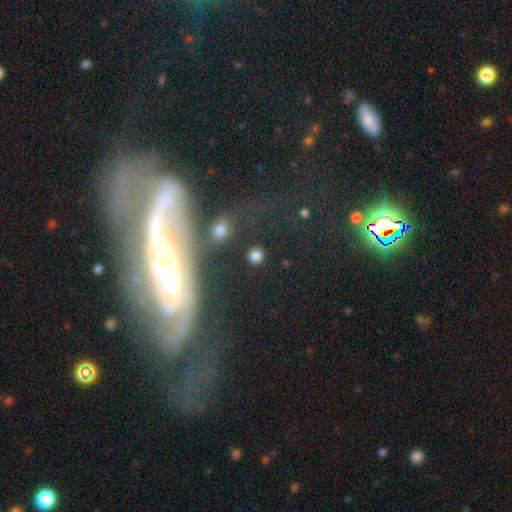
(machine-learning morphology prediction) Smooth or featured? smooth (81%)
How rounded? round (88%)
Merging? none (87%)